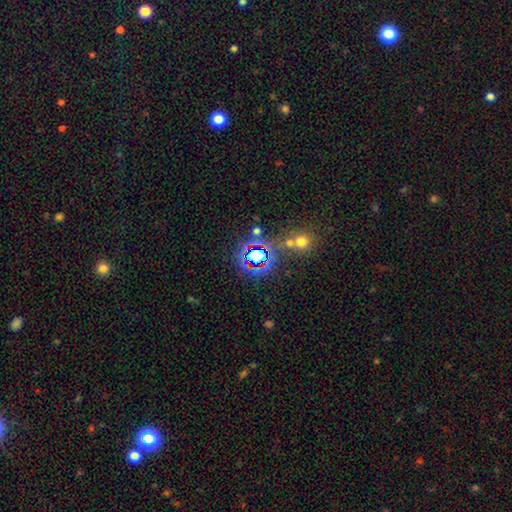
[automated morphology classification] smooth_or_featured: star or artifact (p=0.63) [alt: smooth p=0.25]